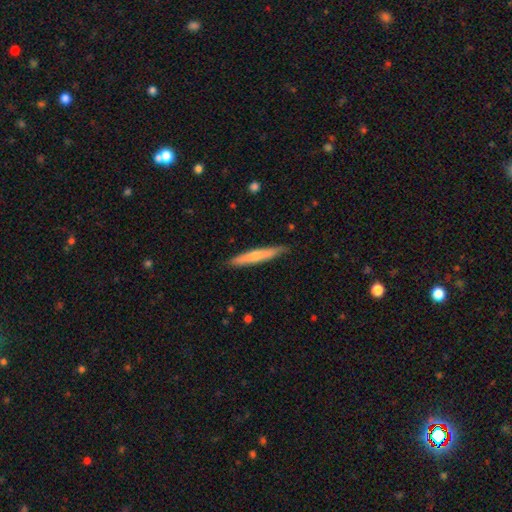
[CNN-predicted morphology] Overall: smooth (58%; featured or disk 37%). How rounded: cigar-shaped (94%). Merging: none (87%).